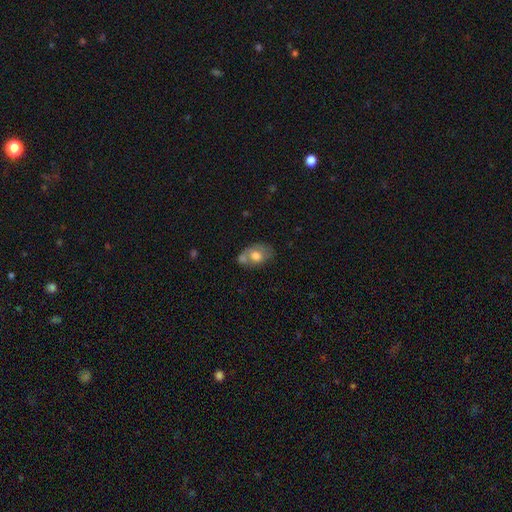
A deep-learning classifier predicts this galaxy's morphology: This is likely a smooth galaxy (68%). How rounded: likely in between (77%). Merging: marginally none (37%).